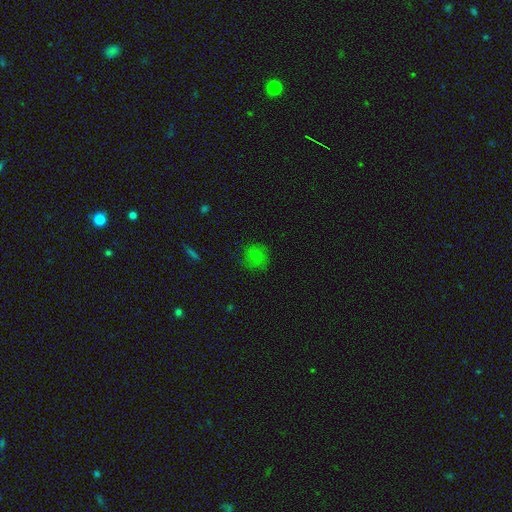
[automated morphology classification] This appears to be a smooth galaxy with no disk features (66%) that is round (84%). Merging: none (79%).